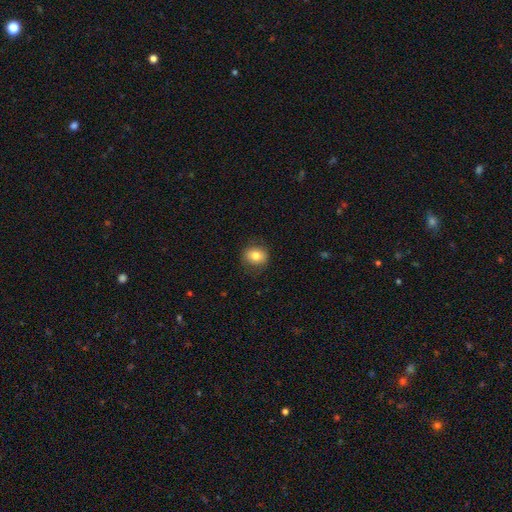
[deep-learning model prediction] This is likely a smooth galaxy (79%). How rounded: likely round (63%). Merging: clearly none (84%).